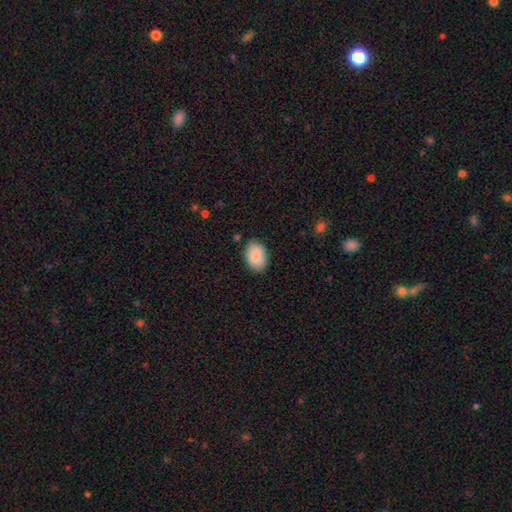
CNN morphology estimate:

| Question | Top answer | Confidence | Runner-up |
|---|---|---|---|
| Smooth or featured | smooth | 87% | featured or disk (7%) |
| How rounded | in between | 87% | round (12%) |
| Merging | none | 84% | minor disturbance (12%) |